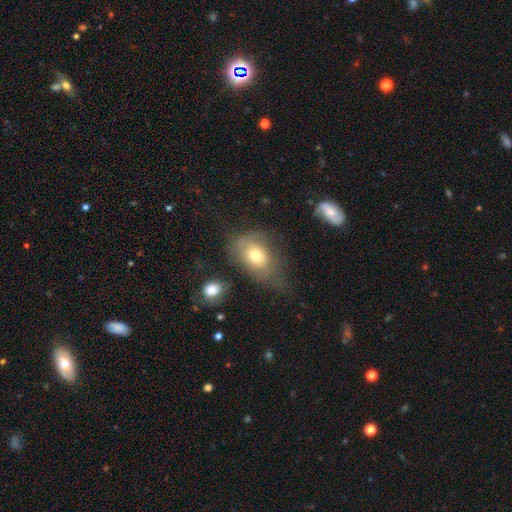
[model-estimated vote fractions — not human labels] This is likely a smooth galaxy (61%). How rounded: likely in between (73%). Merging: marginally none (38%).